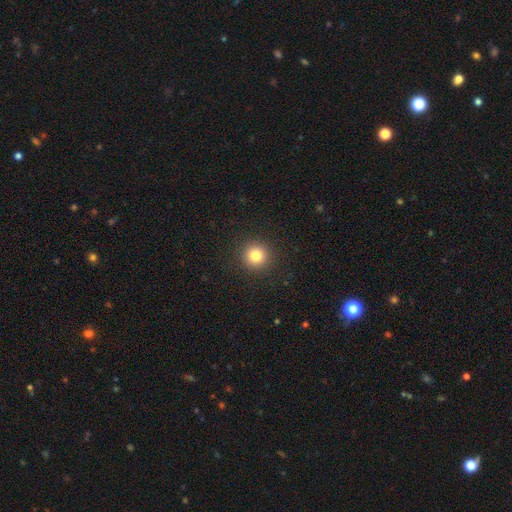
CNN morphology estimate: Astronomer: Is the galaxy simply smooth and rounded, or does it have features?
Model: smooth — 81%.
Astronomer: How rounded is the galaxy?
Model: round — 95%.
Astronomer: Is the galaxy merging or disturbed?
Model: none — 92%.